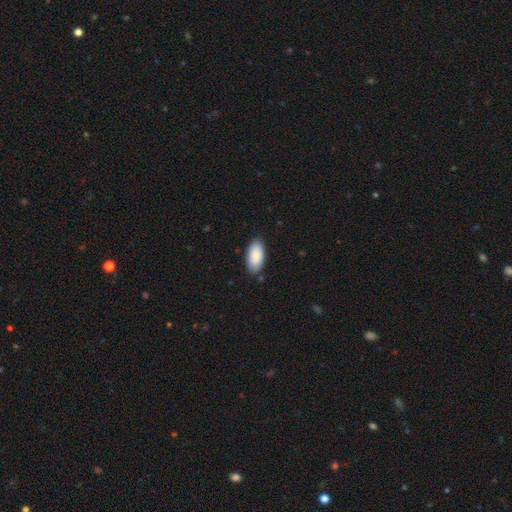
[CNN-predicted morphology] The model was most divided on "merging": none: 84%, minor disturbance: 12%, major disturbance: 2%, merger: 1%. More confident: how rounded — in between (93%); smooth or featured — smooth (88%).